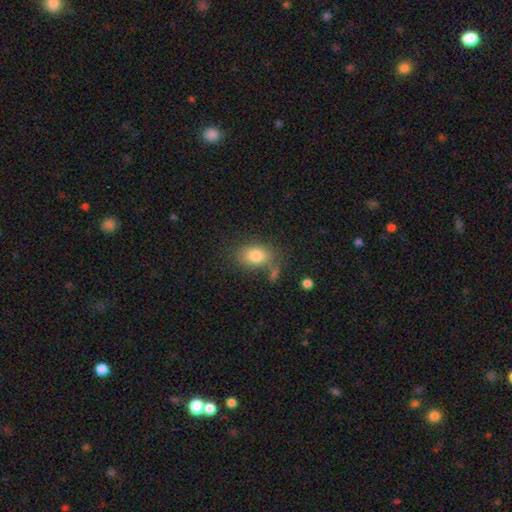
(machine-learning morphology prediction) type=smooth (82%); roundness=in between (76%); merging=none (64%).